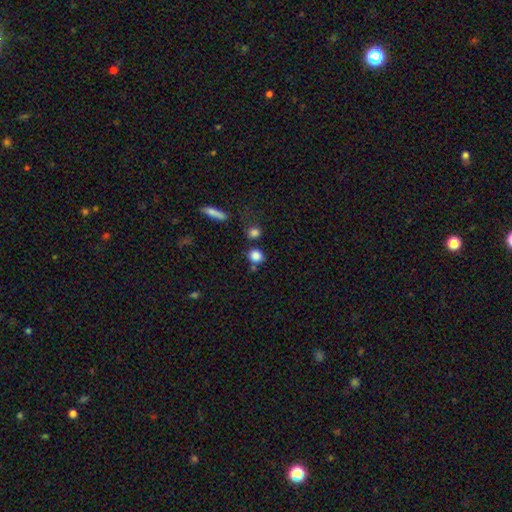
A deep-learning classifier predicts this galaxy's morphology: Smooth or featured? smooth (84%)
How rounded? round (78%)
Merging? none (70%)